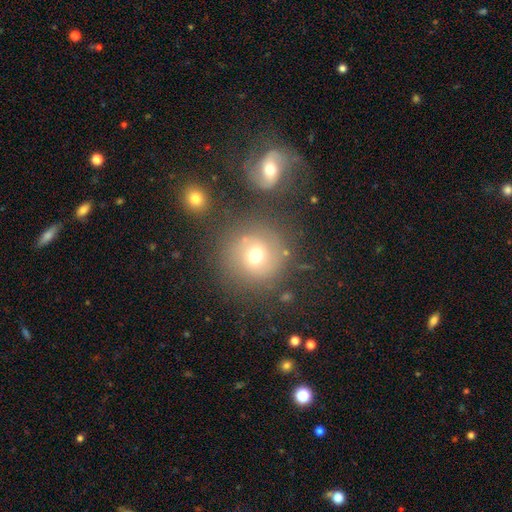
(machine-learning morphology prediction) The model was most divided on "smooth or featured": smooth: 64%, featured or disk: 20%, star or artifact: 16%. More confident: how rounded — round (91%); merging — none (74%).